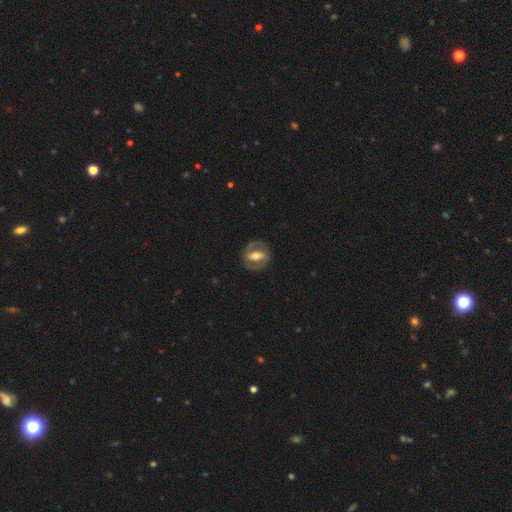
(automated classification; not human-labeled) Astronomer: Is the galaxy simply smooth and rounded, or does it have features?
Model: featured or disk — 73%.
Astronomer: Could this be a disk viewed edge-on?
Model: no — 93%.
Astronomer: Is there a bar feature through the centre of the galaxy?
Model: strong — 54% (runner-up: weak, 31%).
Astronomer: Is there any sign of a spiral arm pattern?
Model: yes — 69%.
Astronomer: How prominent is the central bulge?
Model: moderate — 68%.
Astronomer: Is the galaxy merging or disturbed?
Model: none — 81%.